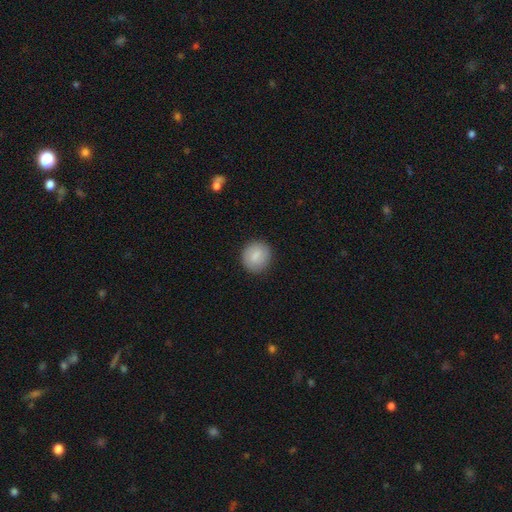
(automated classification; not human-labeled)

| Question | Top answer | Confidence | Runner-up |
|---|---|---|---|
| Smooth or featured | smooth | 85% | featured or disk (8%) |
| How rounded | round | 83% | in between (16%) |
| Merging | none | 89% | minor disturbance (8%) |